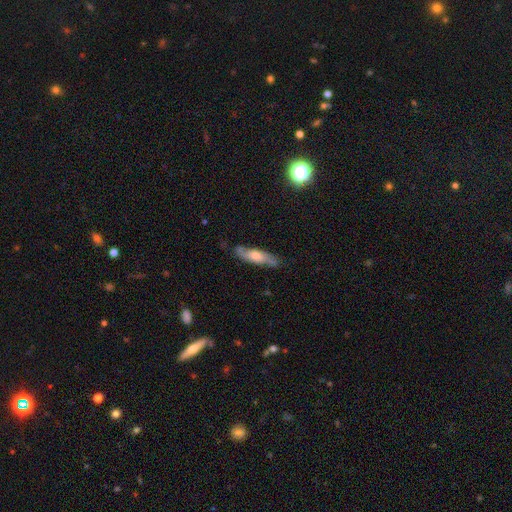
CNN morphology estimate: Smooth or featured? Predicted: featured or disk (p=0.54). Edge-on disk? Predicted: no (p=0.59). Merging? Predicted: none (p=0.75).